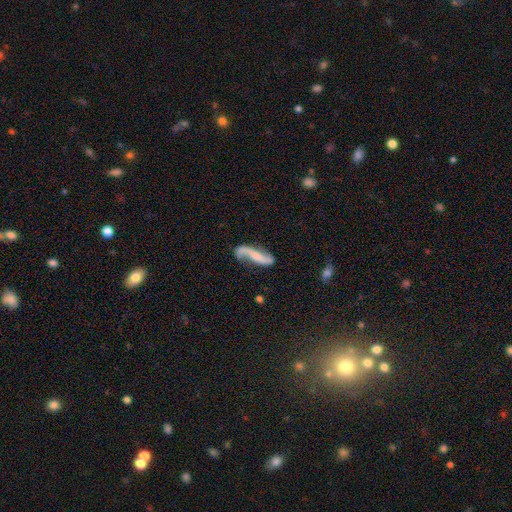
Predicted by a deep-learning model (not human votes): Smooth or featured? Predicted: featured or disk (p=0.71). Edge-on disk? Predicted: no (p=0.88). Bar? Predicted: no (p=0.45). Spiral arms? Predicted: yes (p=0.91). Spiral winding? Predicted: loose (p=0.80). Spiral arm count? Predicted: 2 (p=0.84). Bulge size? Predicted: none (p=0.56). Merging? Predicted: none (p=0.59).